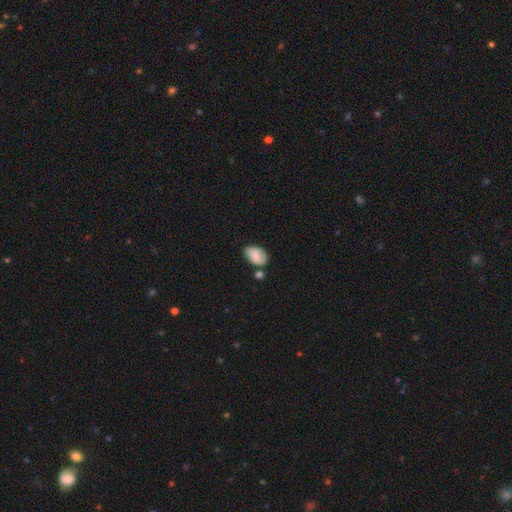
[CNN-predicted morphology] A smooth galaxy with no disk features (72%) that is in between round and cigar-shaped (88%).

Vote fractions:
- Smooth or featured? smooth: 72% / featured or disk: 20% / star or artifact: 8%
- How rounded? in between: 88% / round: 10% / cigar-shaped: 1%
- Merging? none: 53% / minor disturbance: 28% / merger: 12% / major disturbance: 7%